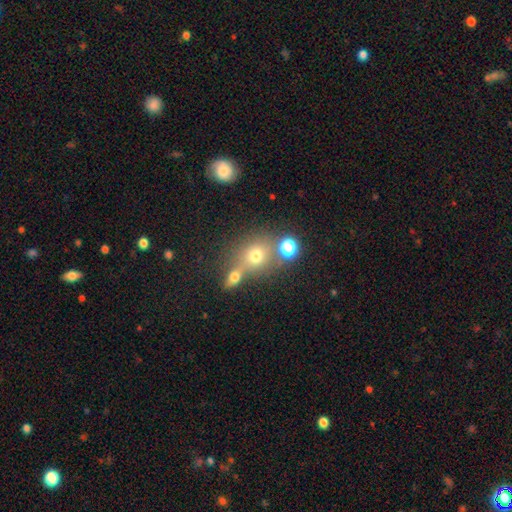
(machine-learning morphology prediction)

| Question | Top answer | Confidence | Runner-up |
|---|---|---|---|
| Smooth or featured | smooth | 64% | star or artifact (20%) |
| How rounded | round | 74% | in between (24%) |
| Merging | none | 50% | merger (33%) |